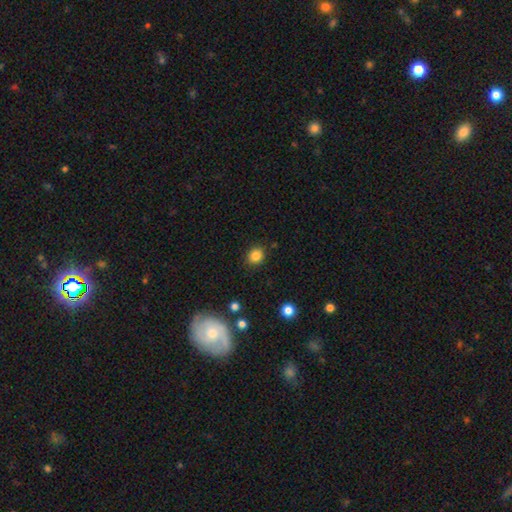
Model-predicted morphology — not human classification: A smooth galaxy with no disk features (84%) that is round (71%).

Vote fractions:
- Smooth or featured? smooth: 84% / star or artifact: 11% / featured or disk: 5%
- How rounded? round: 71% / in between: 29% / cigar-shaped: 1%
- Merging? none: 88% / minor disturbance: 8% / major disturbance: 2% / merger: 2%